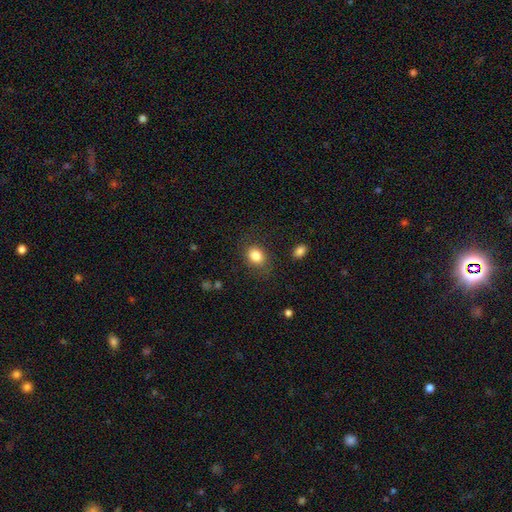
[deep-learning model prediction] Smooth or featured? Predicted: smooth (p=0.84). How rounded? Predicted: in between (p=0.54). Merging? Predicted: none (p=0.78).